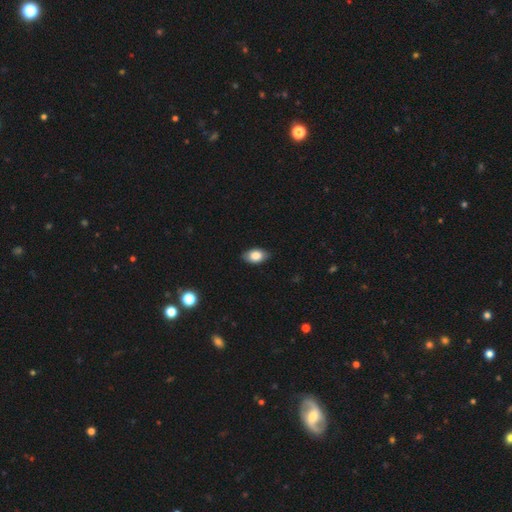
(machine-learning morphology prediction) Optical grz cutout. It shows a smooth galaxy with no disk features (83%) that is in between round and cigar-shaped (90%). Merging: none (85%).